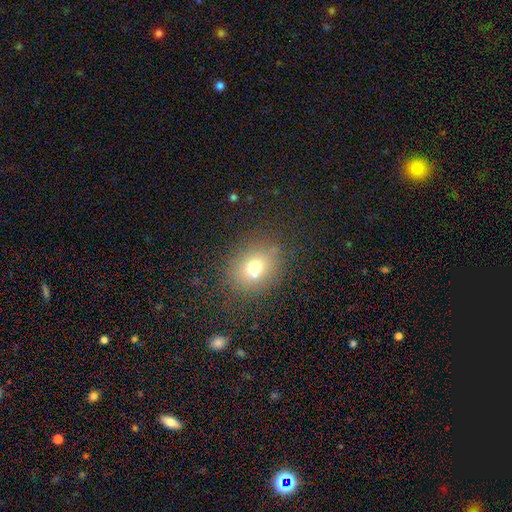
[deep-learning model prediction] Overall: smooth (71%). How rounded: round (54%; in between 45%). Merging: none (88%).